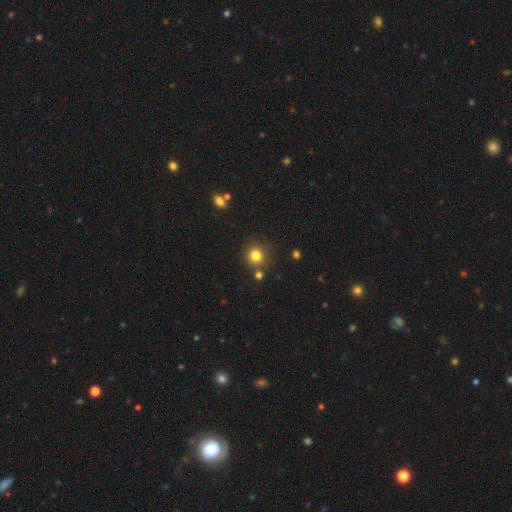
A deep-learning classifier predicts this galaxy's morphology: smooth-or-featured: smooth: 80% | star or artifact: 14% | featured or disk: 6%
  how-rounded: round: 90% | in between: 9% | cigar-shaped: 1%
  merging: none: 80% | minor disturbance: 9% | merger: 8% | major disturbance: 3%